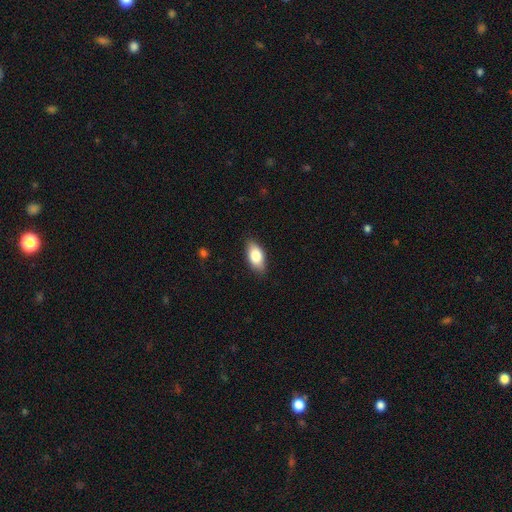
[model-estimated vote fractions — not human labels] The model was most divided on "smooth or featured": smooth: 80%, featured or disk: 13%, star or artifact: 6%. More confident: how rounded — in between (90%); merging — none (85%).